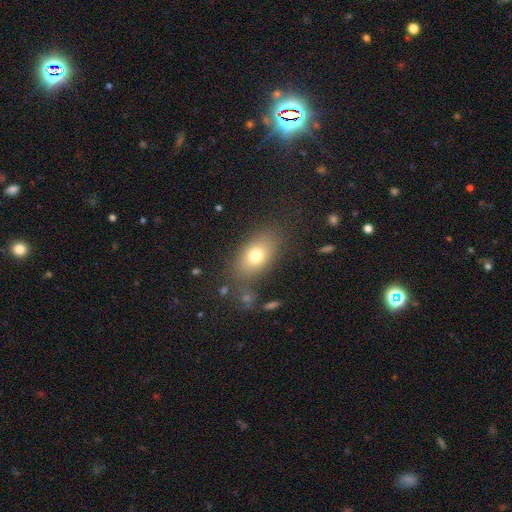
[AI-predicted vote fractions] smooth_or_featured: smooth (p=0.74) [alt: featured or disk p=0.15]
how_rounded: in between (p=0.82) [alt: round p=0.15]
merging: none (p=0.76) [alt: minor disturbance p=0.13]